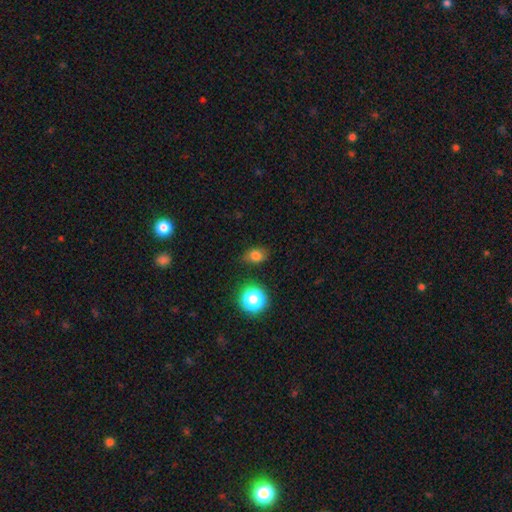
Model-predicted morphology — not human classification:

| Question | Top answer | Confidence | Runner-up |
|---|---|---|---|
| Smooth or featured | smooth | 77% | star or artifact (16%) |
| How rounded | in between | 61% | round (37%) |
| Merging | none | 77% | minor disturbance (17%) |